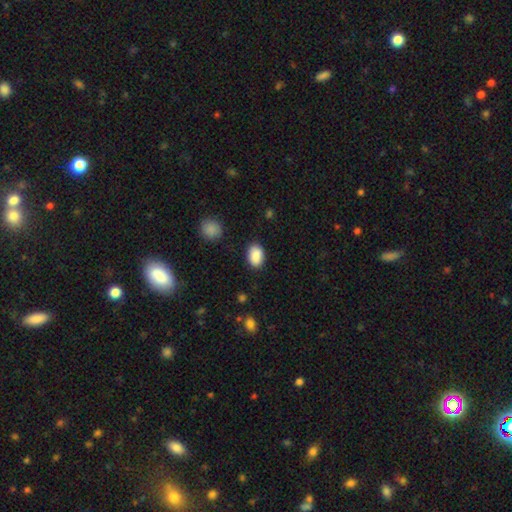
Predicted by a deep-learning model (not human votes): Smooth or featured? Predicted: smooth (p=0.89). How rounded? Predicted: in between (p=0.85). Merging? Predicted: none (p=0.84).